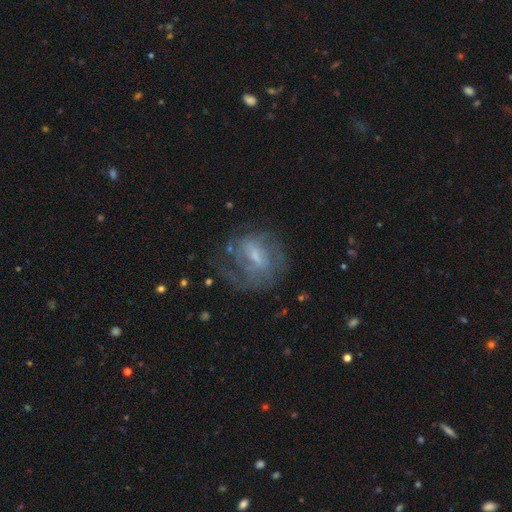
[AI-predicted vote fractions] This appears to be a featured or disk galaxy (77%) with a weak bar (55%), tight (44%) spiral arms (86%) and a small central bulge (55%). Merging: none (57%).